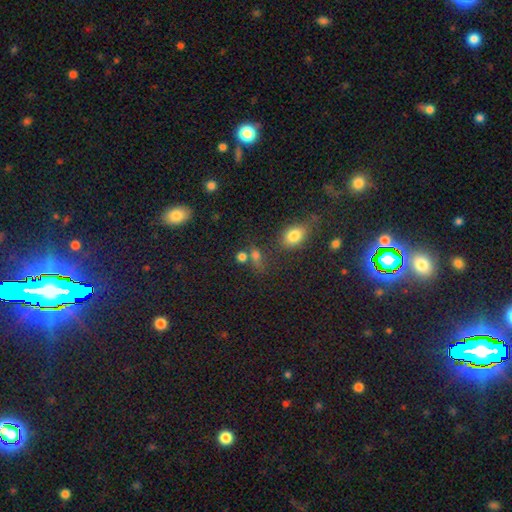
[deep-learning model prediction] Morphology: type=smooth (71%); roundness=in between (50%); merging=none (54%).